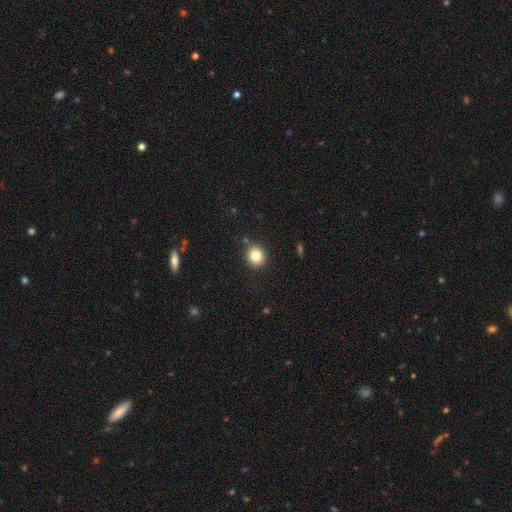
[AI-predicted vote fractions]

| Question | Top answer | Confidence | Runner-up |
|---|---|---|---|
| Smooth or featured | smooth | 82% | star or artifact (11%) |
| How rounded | round | 83% | in between (16%) |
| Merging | none | 88% | minor disturbance (8%) |